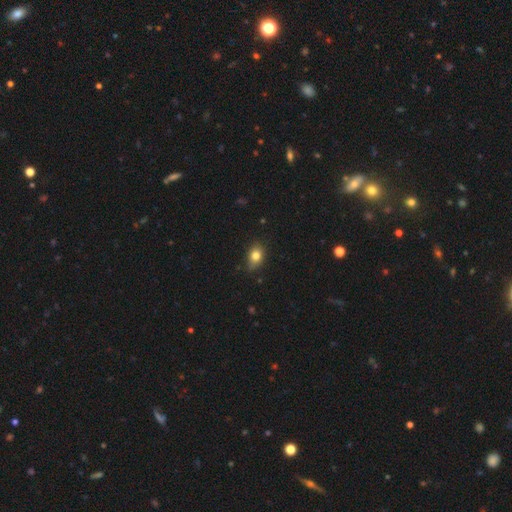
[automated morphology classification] smooth-or-featured: smooth: 80% | star or artifact: 10% | featured or disk: 10%
  how-rounded: in between: 63% | round: 35% | cigar-shaped: 2%
  merging: none: 67% | minor disturbance: 27% | major disturbance: 4% | merger: 2%